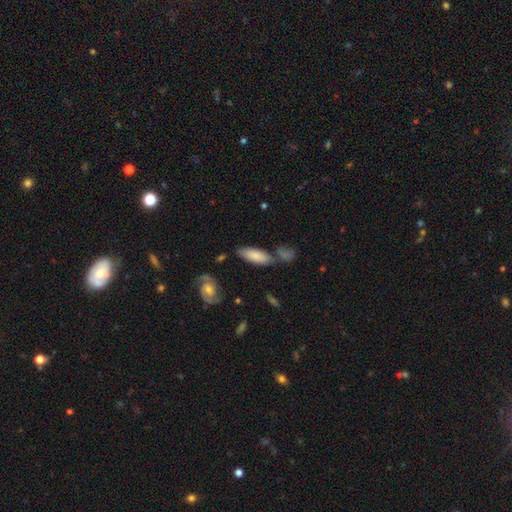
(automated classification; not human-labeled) smooth_or_featured: smooth (p=0.76) [alt: featured or disk p=0.18]
how_rounded: in between (p=0.70) [alt: cigar-shaped p=0.28]
merging: none (p=0.60) [alt: minor disturbance p=0.17]